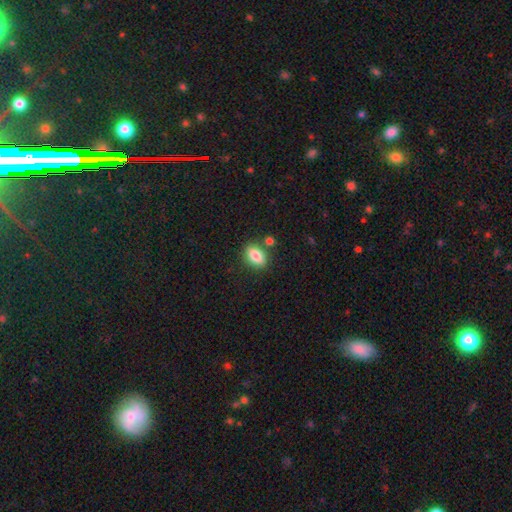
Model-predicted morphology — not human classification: Smooth or featured? smooth (81%)
How rounded? in between (82%)
Merging? none (79%)